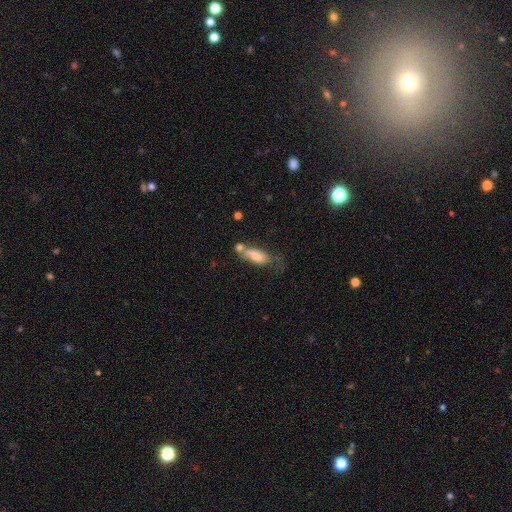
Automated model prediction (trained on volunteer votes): Q: Smooth or featured?
A: smooth (70%); runner-up: featured or disk (21%)
Q: How rounded?
A: in between (67%); runner-up: cigar-shaped (30%)
Q: Merging?
A: merger (32%); runner-up: none (24%)